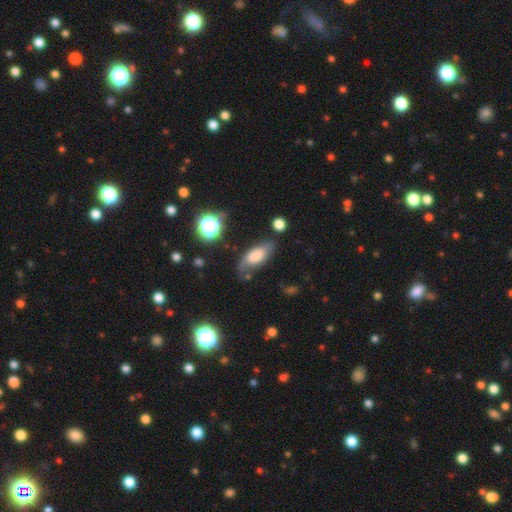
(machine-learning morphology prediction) Smooth or featured?
  - smooth: 59% *
  - featured or disk: 32%
  - star or artifact: 10%
How rounded?
  - in between: 83% *
  - cigar-shaped: 13%
  - round: 4%
Merging?
  - none: 52% *
  - minor disturbance: 28%
  - major disturbance: 15%
  - merger: 5%